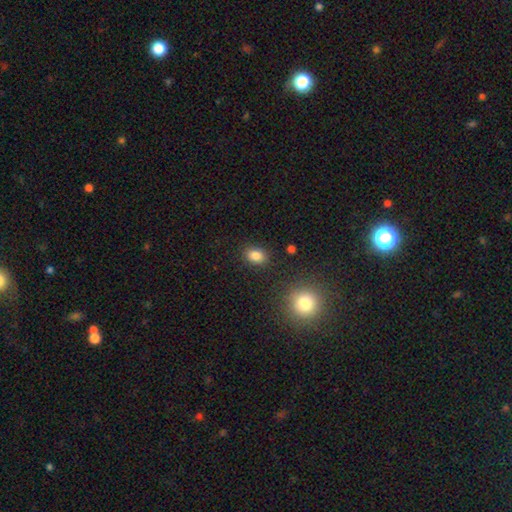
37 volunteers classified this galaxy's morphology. smooth-or-featured: smooth: 81% | featured or disk: 14% | star or artifact: 5%
  how-rounded: round: 50% (tied) | in between: 50% (tied) | cigar-shaped: 0%
  merging: none: 97% | minor disturbance: 3% | major disturbance: 0% | merger: 0%